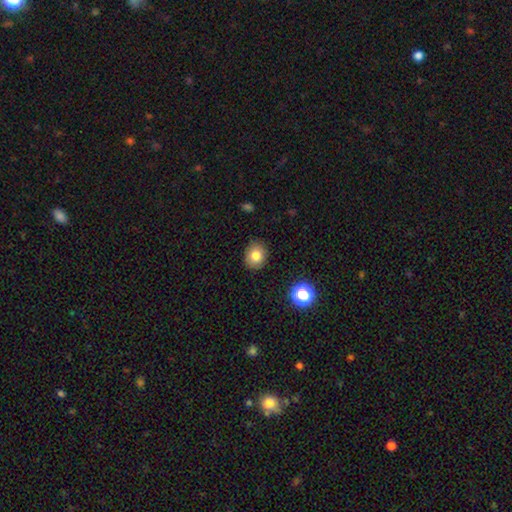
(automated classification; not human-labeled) The model was most divided on "how rounded": round: 73%, in between: 27%, cigar-shaped: 1%. More confident: merging — none (88%); smooth or featured — smooth (80%).